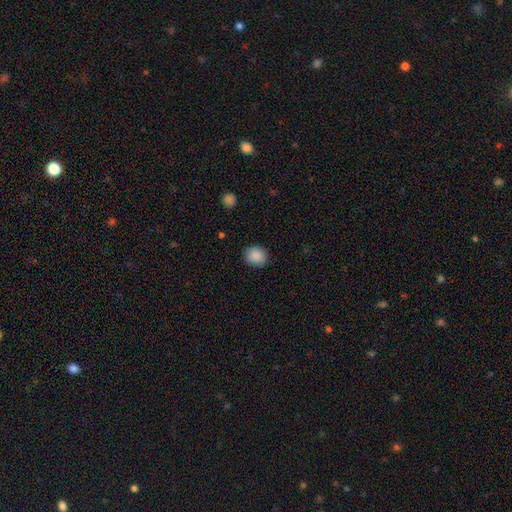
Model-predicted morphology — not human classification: The model was most divided on "how rounded": round: 77%, in between: 22%, cigar-shaped: 1%. More confident: smooth or featured — smooth (89%); merging — none (88%).